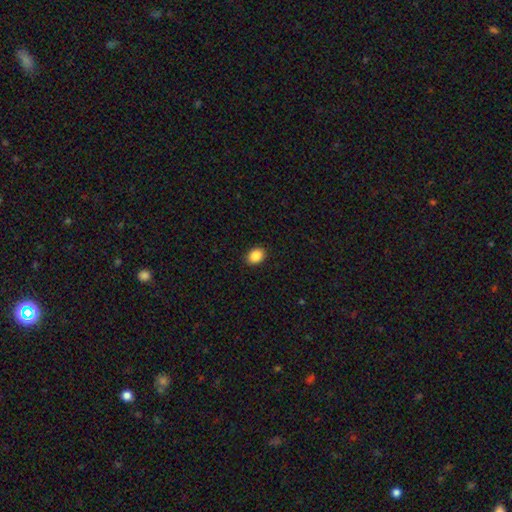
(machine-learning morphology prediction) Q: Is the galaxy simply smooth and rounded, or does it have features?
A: smooth — 88%.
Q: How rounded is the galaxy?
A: in between — 64%.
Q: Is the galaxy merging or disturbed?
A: none — 90%.